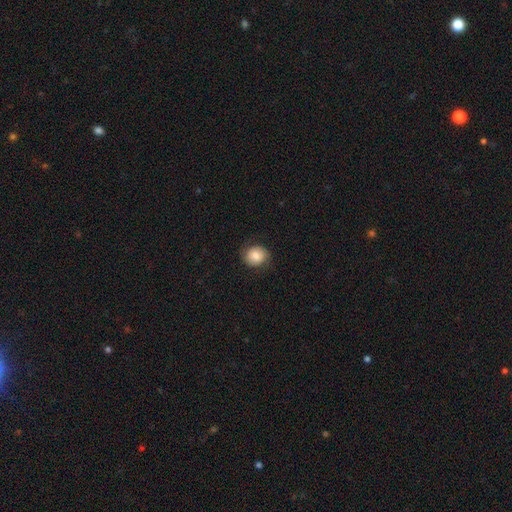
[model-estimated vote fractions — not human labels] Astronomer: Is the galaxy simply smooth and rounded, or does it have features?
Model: smooth — 80%.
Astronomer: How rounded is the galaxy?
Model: round — 71%.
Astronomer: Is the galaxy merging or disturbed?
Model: none — 82%.